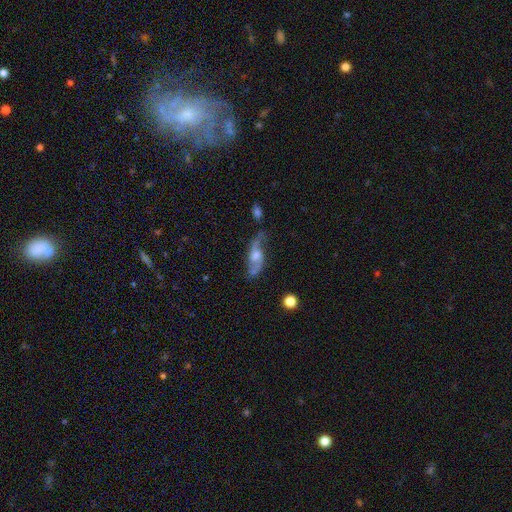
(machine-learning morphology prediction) smooth_or_featured: featured or disk (p=0.71) [alt: smooth p=0.20]
disk_edge_on: no (p=0.81) [alt: yes p=0.19]
bar: no (p=0.60) [alt: weak p=0.32]
has_spiral_arms: yes (p=0.88) [alt: no p=0.12]
spiral_winding: loose (p=0.72) [alt: medium p=0.22]
spiral_arm_count: 2 (p=0.86) [alt: can't tell p=0.06]
bulge_size: moderate (p=0.52) [alt: small p=0.22]
merging: none (p=0.52) [alt: minor disturbance p=0.24]